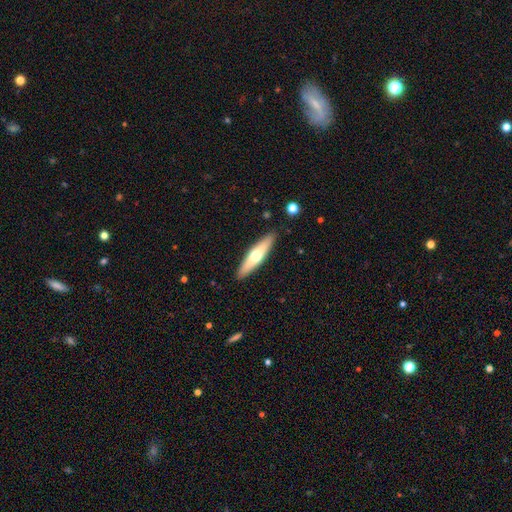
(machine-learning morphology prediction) This appears to be a smooth galaxy with no disk features (53%) that is cigar-shaped (77%). Merging: none (89%).